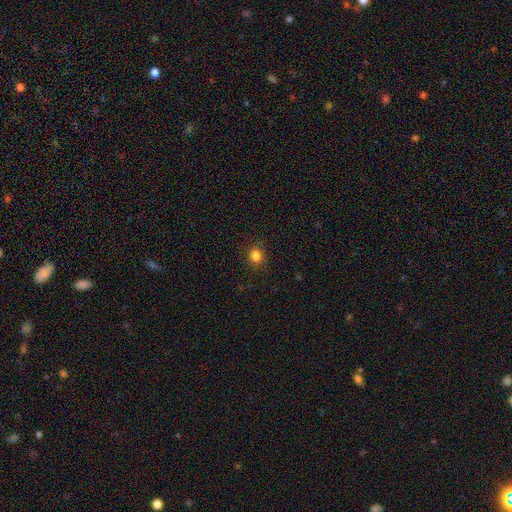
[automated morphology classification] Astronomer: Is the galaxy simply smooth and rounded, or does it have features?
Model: smooth — 82%.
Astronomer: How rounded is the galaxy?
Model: round — 85%.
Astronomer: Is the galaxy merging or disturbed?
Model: none — 89%.